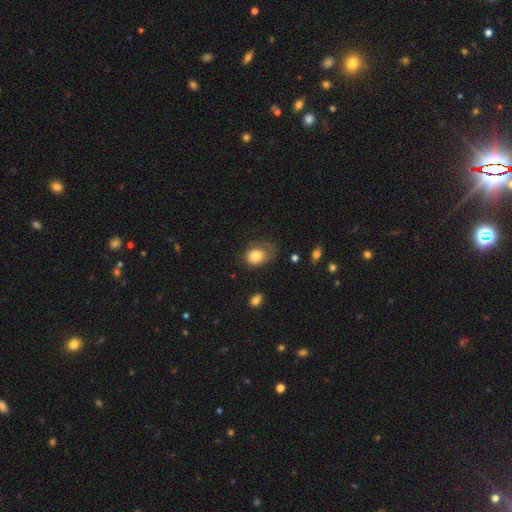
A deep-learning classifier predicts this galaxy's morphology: smooth-or-featured: smooth: 76% | featured or disk: 16% | star or artifact: 8%
  how-rounded: in between: 59% | round: 40% | cigar-shaped: 1%
  merging: none: 37% | minor disturbance: 31% | major disturbance: 30% | merger: 2%